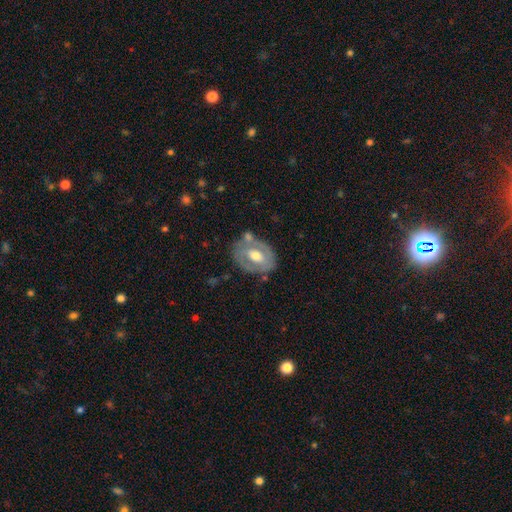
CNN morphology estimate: smooth-or-featured: featured or disk: 61% | smooth: 33% | star or artifact: 6%
  disk-edge-on: no: 93% | yes: 7%
    bar: no: 50% | weak: 35% | strong: 15%
    has-spiral-arms: no: 64% | yes: 36%
    bulge-size: moderate: 72% | large: 13% | small: 12% | none: 1% | dominant: 1%
  merging: none: 64% | minor disturbance: 20% | merger: 9% | major disturbance: 7%